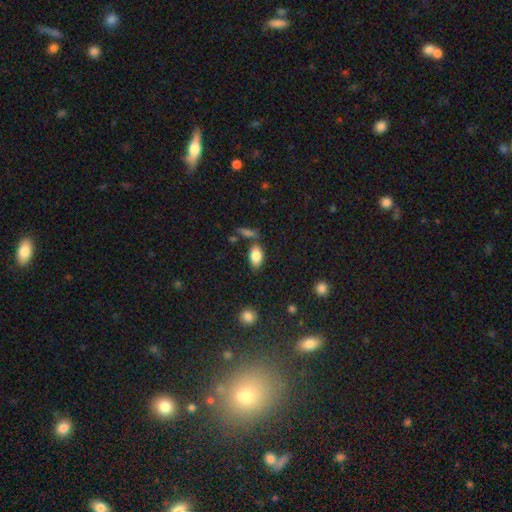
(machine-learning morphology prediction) Overall: smooth (84%). How rounded: in between (91%). Merging: none (70%).